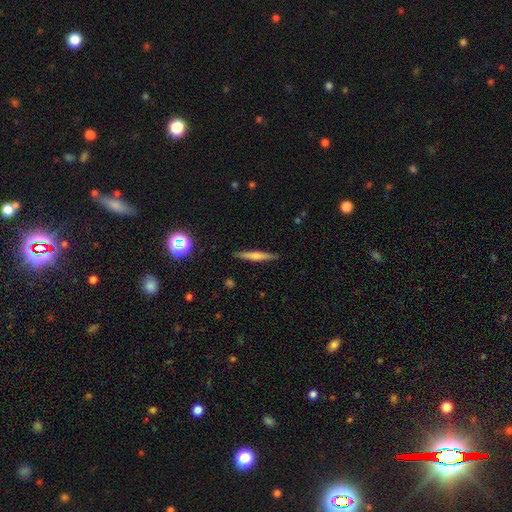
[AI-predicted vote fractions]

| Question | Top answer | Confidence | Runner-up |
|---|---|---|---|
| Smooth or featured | smooth | 51% | featured or disk (42%) |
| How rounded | cigar-shaped | 93% | in between (5%) |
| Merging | none | 89% | minor disturbance (8%) |